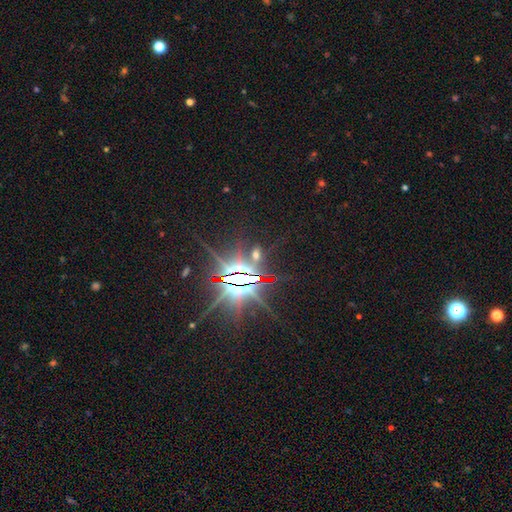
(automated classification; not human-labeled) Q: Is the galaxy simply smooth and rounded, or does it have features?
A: star or artifact — 77%.